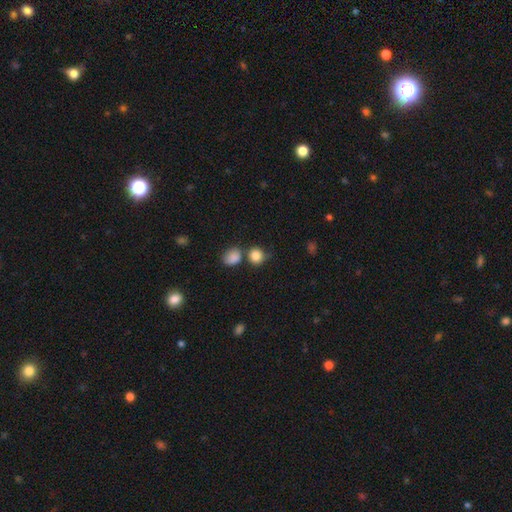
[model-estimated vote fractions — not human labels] Morphology: type=smooth (85%); roundness=round (82%); merging=none (58%).